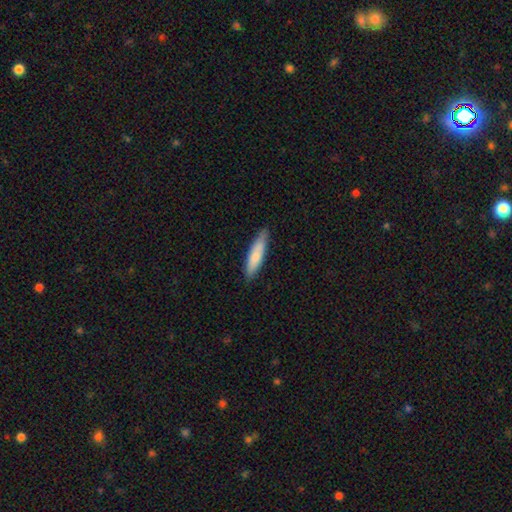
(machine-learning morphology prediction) Smooth or featured? Predicted: smooth (p=0.79). How rounded? Predicted: cigar-shaped (p=0.78). Merging? Predicted: none (p=0.83).